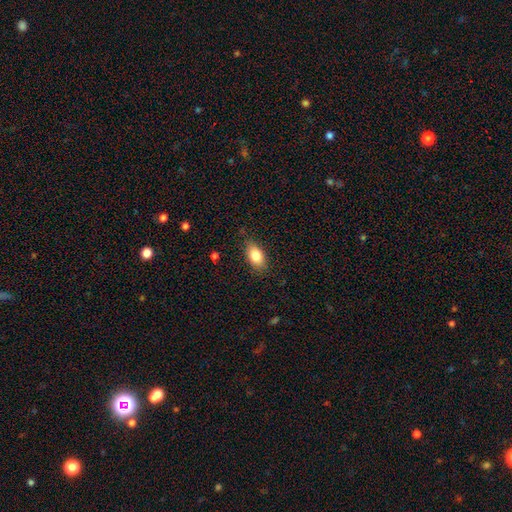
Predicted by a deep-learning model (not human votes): Smooth or featured? smooth (84%)
How rounded? in between (90%)
Merging? none (82%)